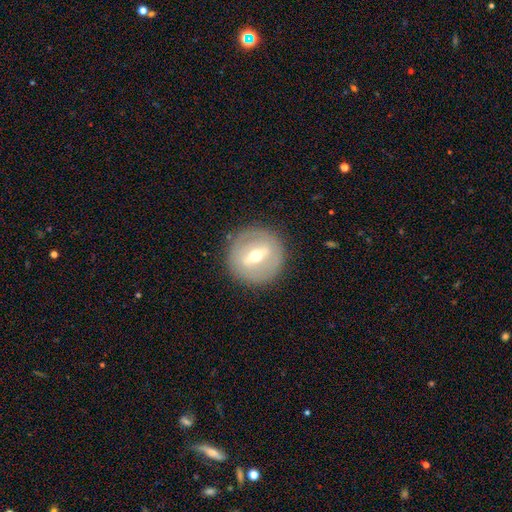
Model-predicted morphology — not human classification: This is likely a featured or disk galaxy (63%). It is clearly not viewed edge-on (87%). Bar: possibly strong (50%). Spiral arm pattern: likely no (74%). Central bulge: likely moderate (60%). Merging: clearly none (87%).